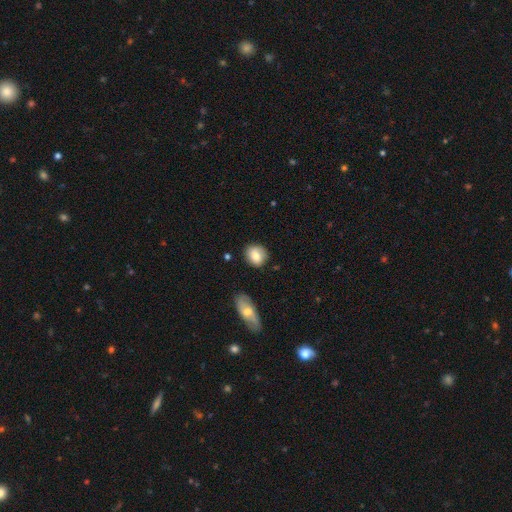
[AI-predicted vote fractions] Overall: smooth (76%). How rounded: round (75%). Merging: none (80%).